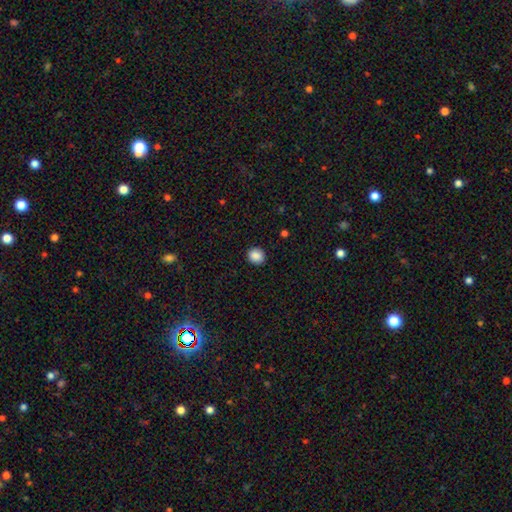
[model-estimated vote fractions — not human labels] Q: Smooth or featured?
A: smooth (88%); runner-up: star or artifact (9%)
Q: How rounded?
A: round (83%); runner-up: in between (16%)
Q: Merging?
A: none (90%); runner-up: minor disturbance (7%)